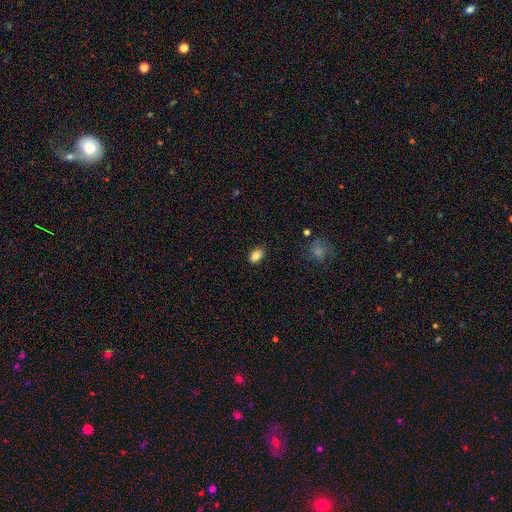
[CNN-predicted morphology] Q: Smooth or featured?
A: smooth (86%); runner-up: star or artifact (9%)
Q: How rounded?
A: in between (85%); runner-up: round (14%)
Q: Merging?
A: none (87%); runner-up: minor disturbance (10%)